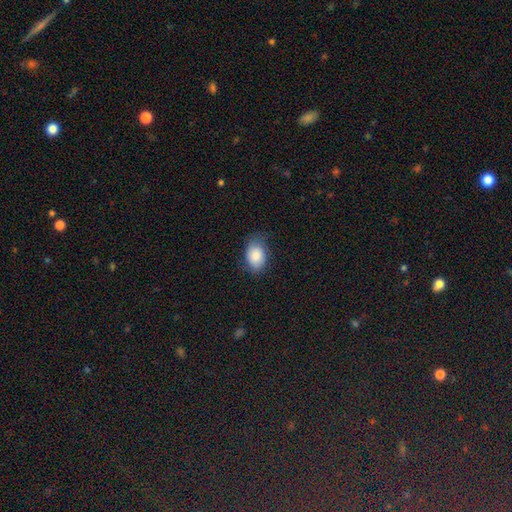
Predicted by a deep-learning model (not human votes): This is clearly a smooth galaxy (85%). How rounded: clearly in between (83%). Merging: likely none (68%).